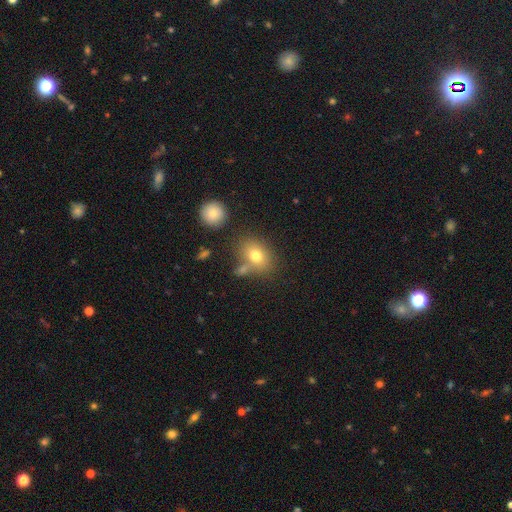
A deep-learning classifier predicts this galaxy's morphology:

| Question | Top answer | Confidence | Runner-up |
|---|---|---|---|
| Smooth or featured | smooth | 74% | featured or disk (14%) |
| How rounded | in between | 58% | round (40%) |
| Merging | none | 65% | merger (16%) |